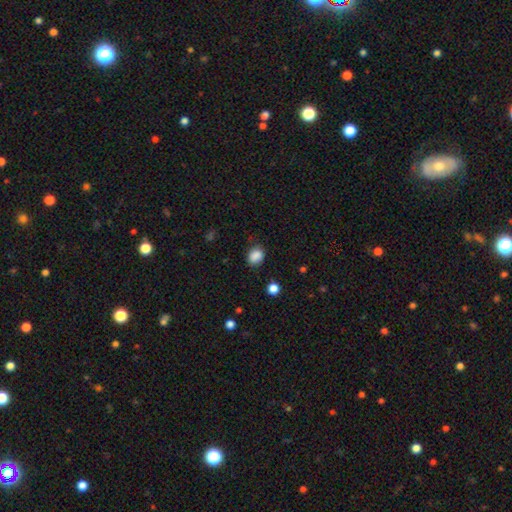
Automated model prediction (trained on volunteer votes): smooth-or-featured: smooth: 87% | star or artifact: 10% | featured or disk: 4%
  how-rounded: in between: 53% | round: 46% | cigar-shaped: 1%
  merging: none: 78% | minor disturbance: 16% | major disturbance: 4% | merger: 2%